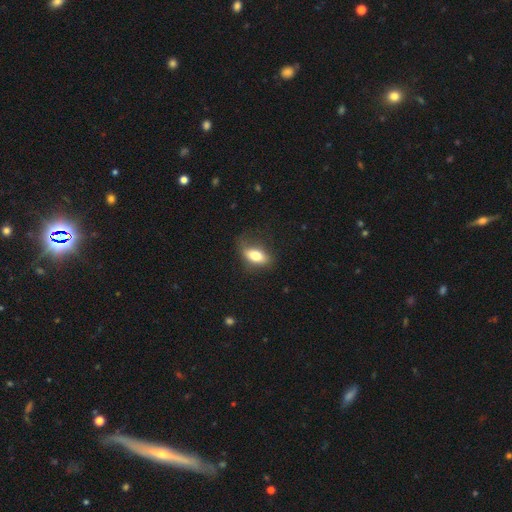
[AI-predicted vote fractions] Smooth or featured? Predicted: smooth (p=0.75). How rounded? Predicted: in between (p=0.84). Merging? Predicted: none (p=0.65).